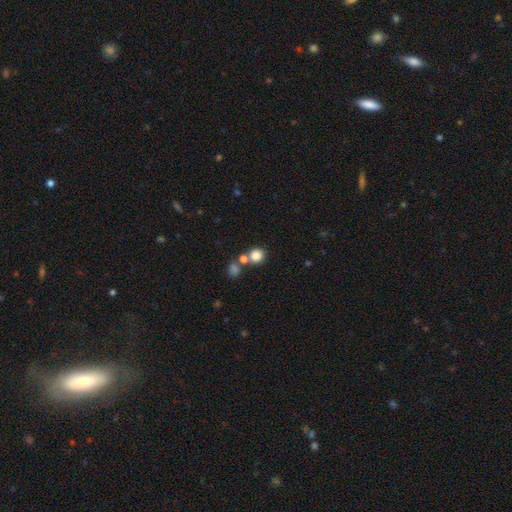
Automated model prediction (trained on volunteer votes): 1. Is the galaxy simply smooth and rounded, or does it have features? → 82% smooth, 12% star or artifact, 6% featured or disk.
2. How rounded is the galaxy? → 87% round, 12% in between, 1% cigar-shaped.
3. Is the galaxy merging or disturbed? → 60% none, 28% merger, 9% minor disturbance, 4% major disturbance.